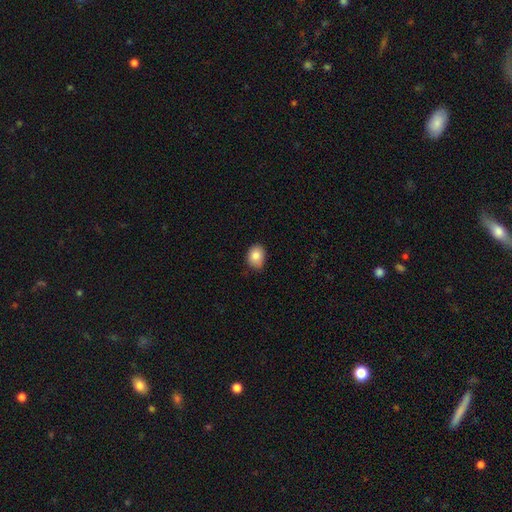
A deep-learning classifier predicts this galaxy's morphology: The model was most divided on "how rounded": in between: 56%, round: 43%, cigar-shaped: 1%. More confident: smooth or featured — smooth (84%); merging — none (74%).